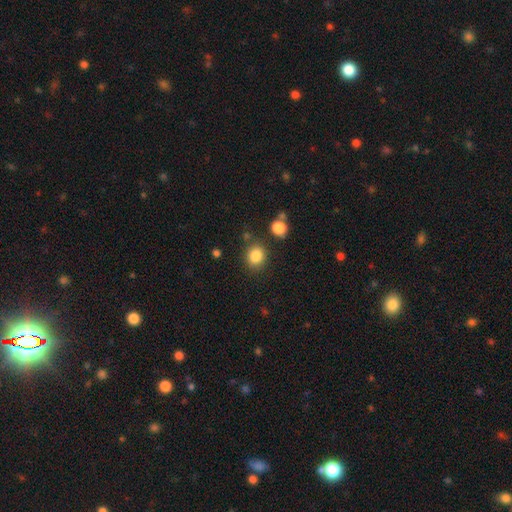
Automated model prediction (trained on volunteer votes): The model was most divided on "how rounded": round: 71%, in between: 28%, cigar-shaped: 1%. More confident: smooth or featured — smooth (84%); merging — none (81%).